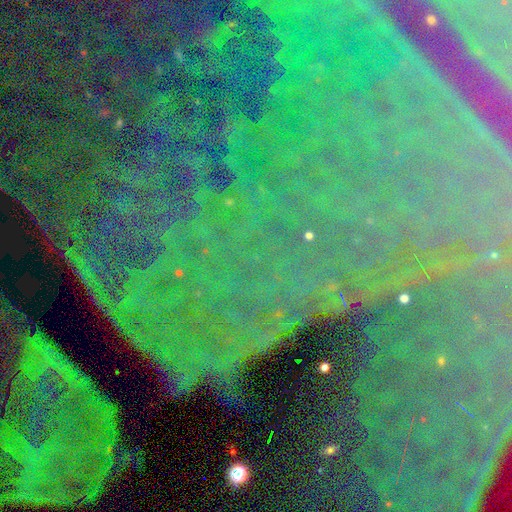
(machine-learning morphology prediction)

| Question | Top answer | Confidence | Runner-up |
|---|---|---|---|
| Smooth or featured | star or artifact | 85% | featured or disk (8%) |